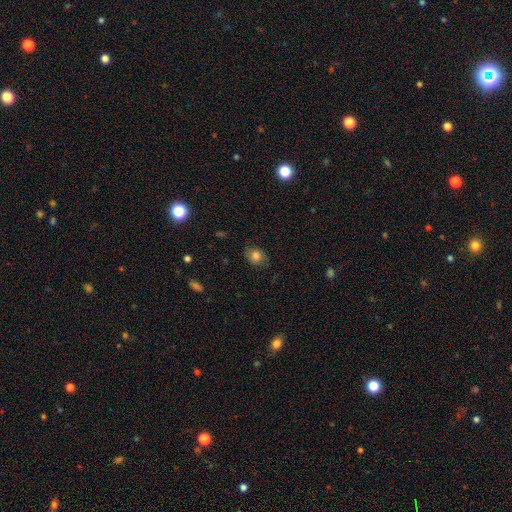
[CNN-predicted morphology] smooth-or-featured: smooth: 72% | featured or disk: 17% | star or artifact: 11%
  how-rounded: round: 51% | in between: 48% | cigar-shaped: 1%
  merging: none: 74% | minor disturbance: 19% | major disturbance: 6% | merger: 1%